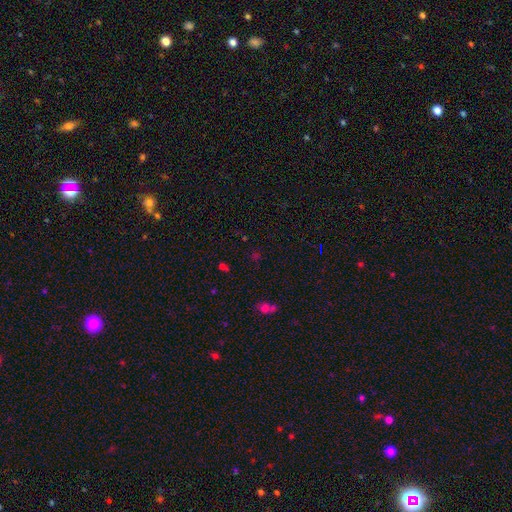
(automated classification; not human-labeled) smooth-or-featured: star or artifact: 55% | smooth: 37% | featured or disk: 8%